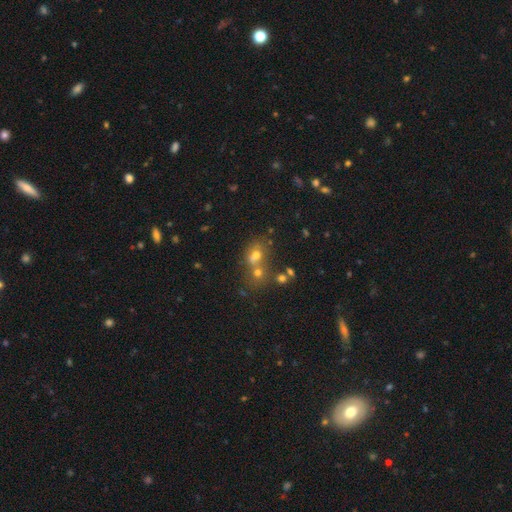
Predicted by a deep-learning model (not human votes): This is possibly a smooth galaxy (58%). How rounded: possibly round (60%). Merging: possibly merger (56%).